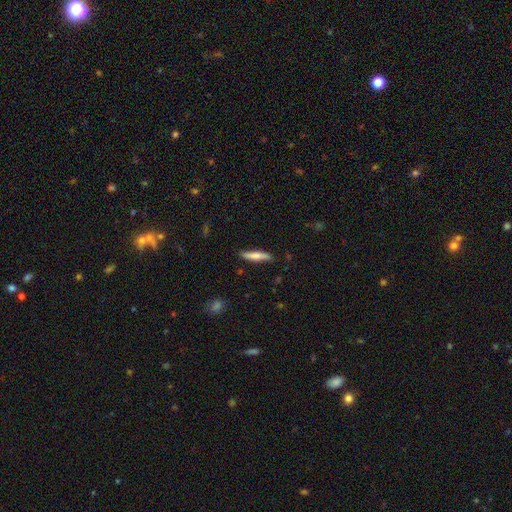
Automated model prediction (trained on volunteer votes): A smooth galaxy with no disk features (65%) that is cigar-shaped (87%).

Vote fractions:
- Smooth or featured? smooth: 65% / featured or disk: 30% / star or artifact: 6%
- How rounded? cigar-shaped: 87% / in between: 12% / round: 2%
- Merging? none: 85% / minor disturbance: 12% / major disturbance: 2% / merger: 1%